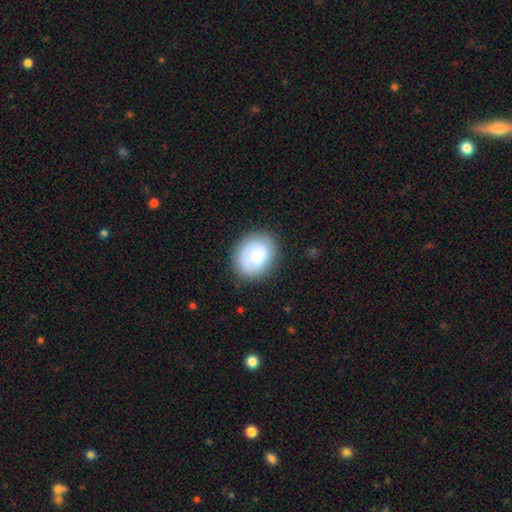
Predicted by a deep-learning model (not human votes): smooth_or_featured: smooth (p=0.58) [alt: featured or disk p=0.34]
how_rounded: round (p=0.58) [alt: in between p=0.41]
merging: none (p=0.77) [alt: minor disturbance p=0.15]